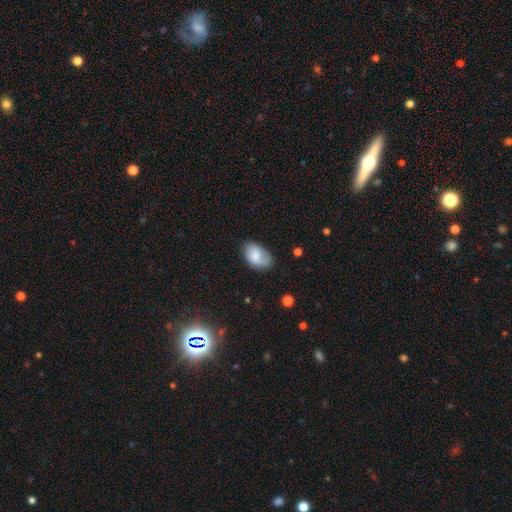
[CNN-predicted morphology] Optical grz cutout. It shows a smooth galaxy with no disk features (76%) that is in between round and cigar-shaped (91%). Merging: none (63%).